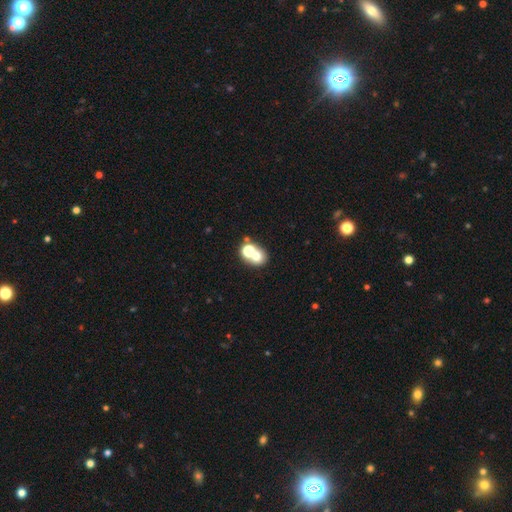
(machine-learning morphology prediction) Overall: smooth (63%). How rounded: round (69%; in between 30%). Merging: merger (50%; none 39%).